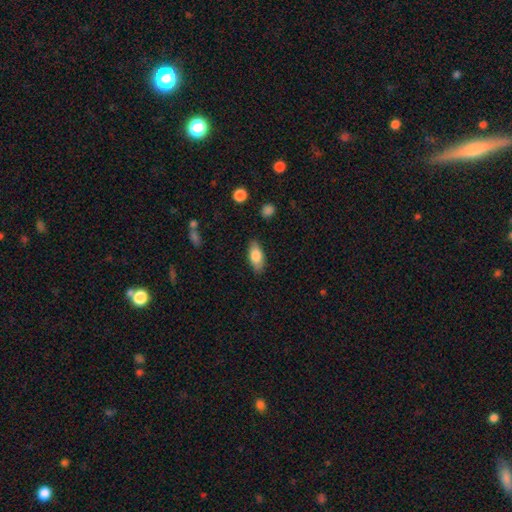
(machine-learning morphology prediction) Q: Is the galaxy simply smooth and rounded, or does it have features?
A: smooth — 79%.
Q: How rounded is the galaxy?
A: in between — 86%.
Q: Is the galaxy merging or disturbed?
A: none — 84%.